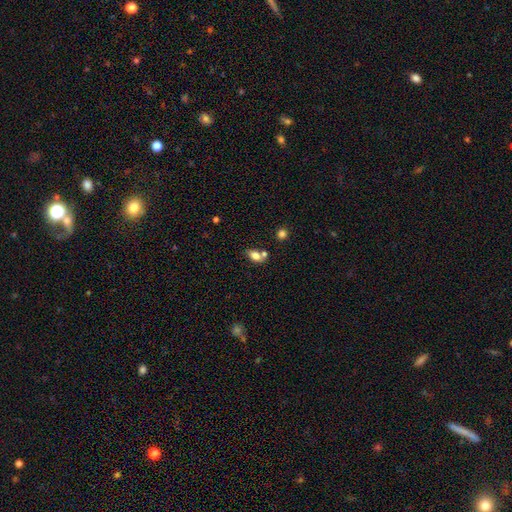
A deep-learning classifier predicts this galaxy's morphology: smooth_or_featured: smooth (p=0.77) [alt: featured or disk p=0.13]
how_rounded: in between (p=0.83) [alt: round p=0.12]
merging: none (p=0.55) [alt: merger p=0.27]